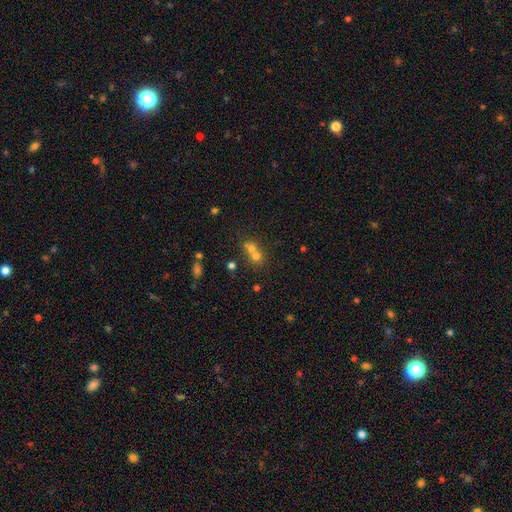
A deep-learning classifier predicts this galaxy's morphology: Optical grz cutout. It shows a smooth galaxy with no disk features (62%) that is round (80%). Merging: merger (58%).